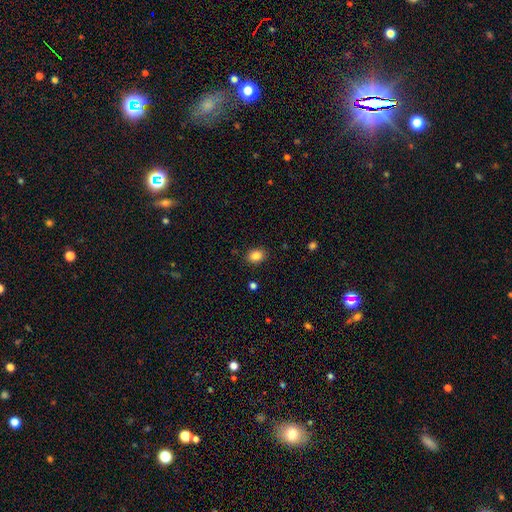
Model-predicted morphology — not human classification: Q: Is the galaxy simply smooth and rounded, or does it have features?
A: smooth — 85%.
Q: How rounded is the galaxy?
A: in between — 62%.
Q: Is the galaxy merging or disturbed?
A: none — 87%.